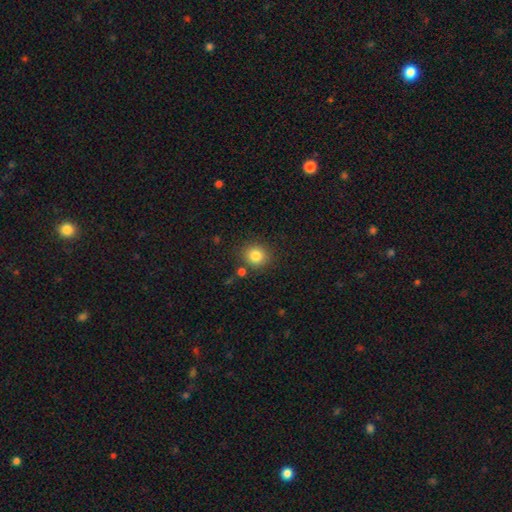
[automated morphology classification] Smooth or featured? smooth (82%)
How rounded? round (86%)
Merging? none (84%)